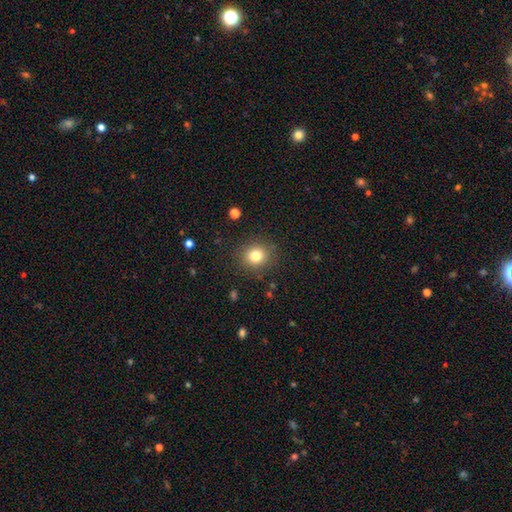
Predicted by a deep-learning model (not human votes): smooth 80%, star or artifact 12%, featured or disk 7%. Down the decision tree: how rounded — round (83%); merging — none (87%).